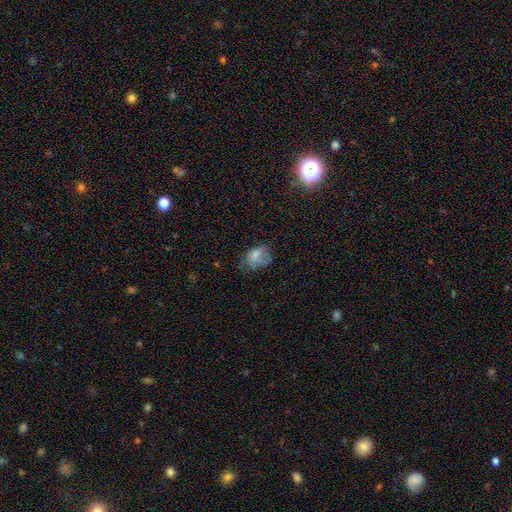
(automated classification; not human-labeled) This is likely a smooth galaxy (66%). How rounded: likely in between (76%). Merging: marginally none (37%).